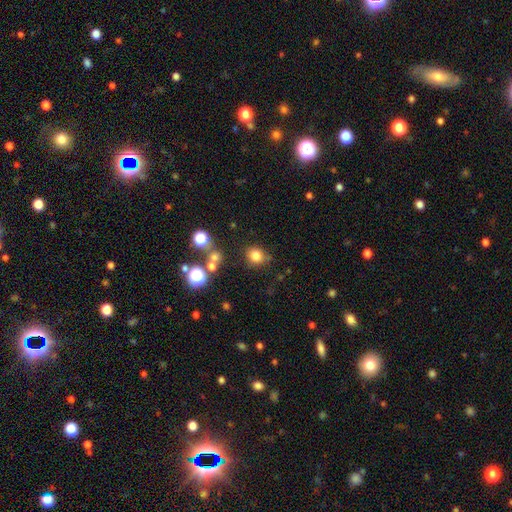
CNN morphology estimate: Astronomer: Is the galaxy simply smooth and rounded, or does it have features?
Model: smooth — 79%.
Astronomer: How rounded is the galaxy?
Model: round — 82%.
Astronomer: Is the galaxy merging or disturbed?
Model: none — 78%.